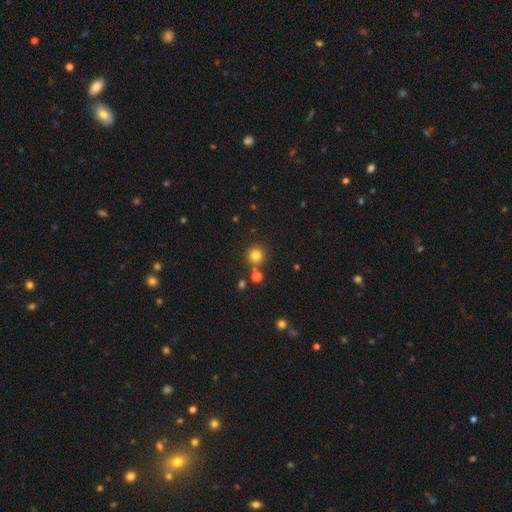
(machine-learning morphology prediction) A smooth galaxy with no disk features (80%) that is round (93%). Merging: none (78%).